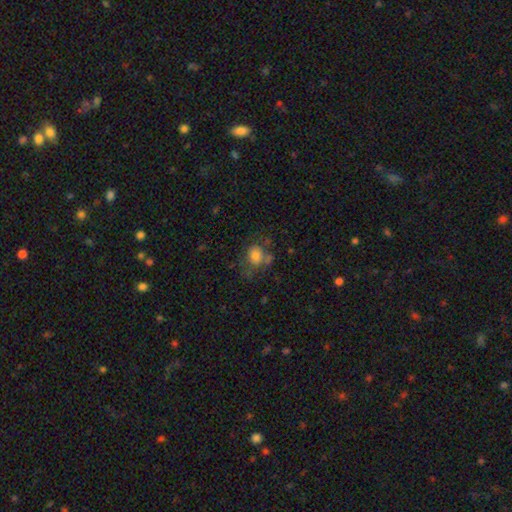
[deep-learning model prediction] A smooth galaxy with no disk features (70%) that is in between round and cigar-shaped (52%).

Vote fractions:
- Smooth or featured? smooth: 70% / featured or disk: 19% / star or artifact: 11%
- How rounded? in between: 52% / round: 47% / cigar-shaped: 1%
- Merging? none: 40% / minor disturbance: 24% / major disturbance: 22% / merger: 13%